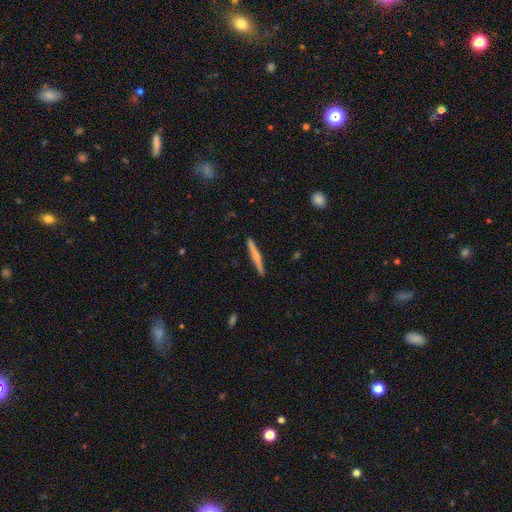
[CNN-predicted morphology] Smooth or featured?
  - featured or disk: 53% *
  - smooth: 41%
  - star or artifact: 6%
Edge-on disk?
  - yes: 98% *
  - no: 2%
Edge-on bulge?
  - rounded: 67% *
  - none: 24%
  - boxy: 9%
Merging?
  - none: 91% *
  - minor disturbance: 6%
  - major disturbance: 1%
  - merger: 1%